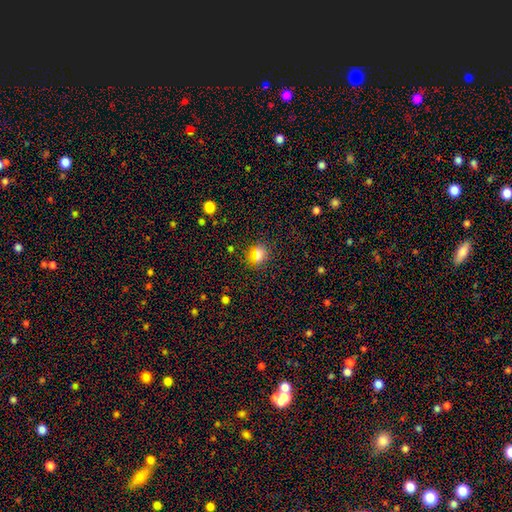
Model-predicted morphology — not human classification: Q: Smooth or featured?
A: smooth (71%); runner-up: star or artifact (20%)
Q: How rounded?
A: round (73%); runner-up: in between (25%)
Q: Merging?
A: none (87%); runner-up: minor disturbance (8%)